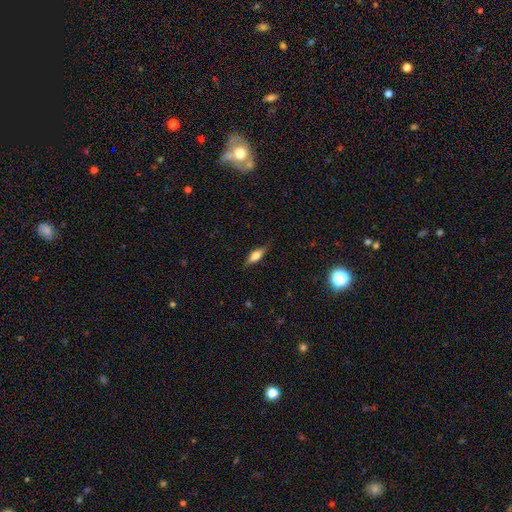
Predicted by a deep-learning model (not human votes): smooth 59%, featured or disk 33%, star or artifact 8%. Down the decision tree: how rounded — in between (60%); merging — none (82%).